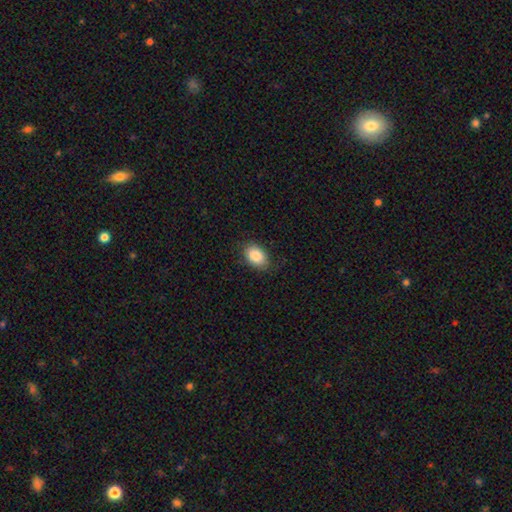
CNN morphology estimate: Smooth or featured? Predicted: smooth (p=0.86). How rounded? Predicted: in between (p=0.83). Merging? Predicted: none (p=0.81).